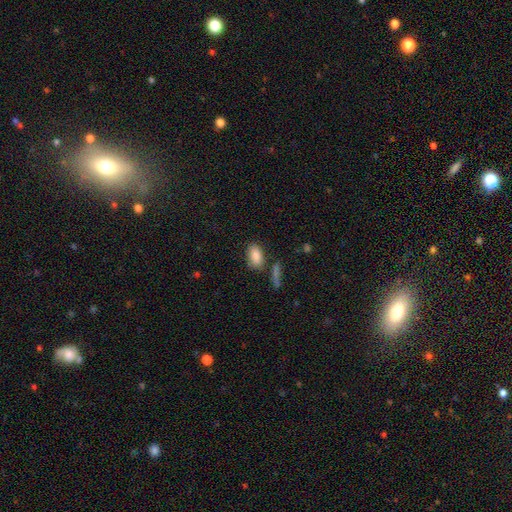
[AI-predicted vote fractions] Smooth or featured? Predicted: smooth (p=0.87). How rounded? Predicted: in between (p=0.92). Merging? Predicted: none (p=0.75).